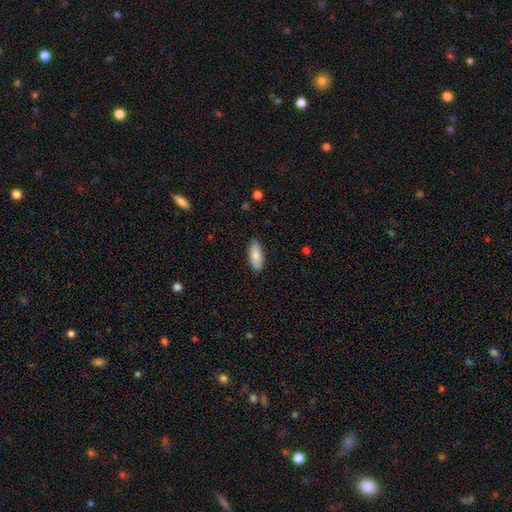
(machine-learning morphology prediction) Smooth or featured: smooth — 84% (featured or disk — 10%)
How rounded: in between — 84% (cigar-shaped — 14%)
Merging: none — 85% (minor disturbance — 12%)